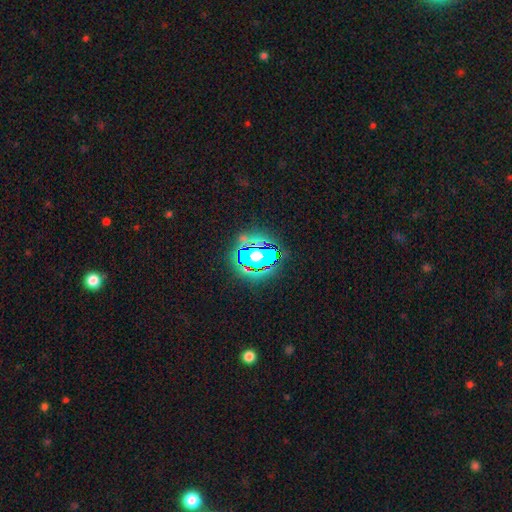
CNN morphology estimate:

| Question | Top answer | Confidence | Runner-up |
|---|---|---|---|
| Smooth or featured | star or artifact | 50% | smooth (29%) |